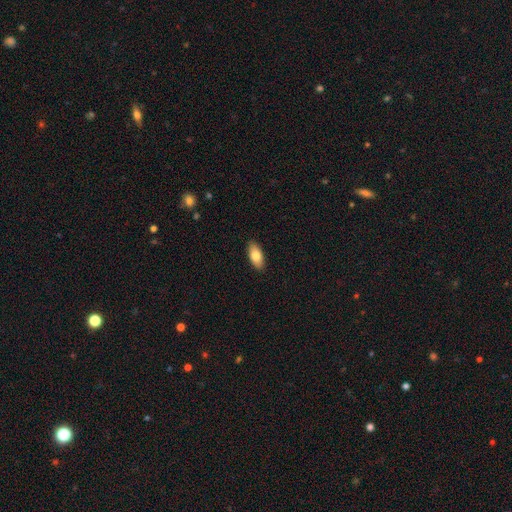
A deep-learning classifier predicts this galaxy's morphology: Smooth or featured? smooth (81%)
How rounded? in between (89%)
Merging? none (89%)